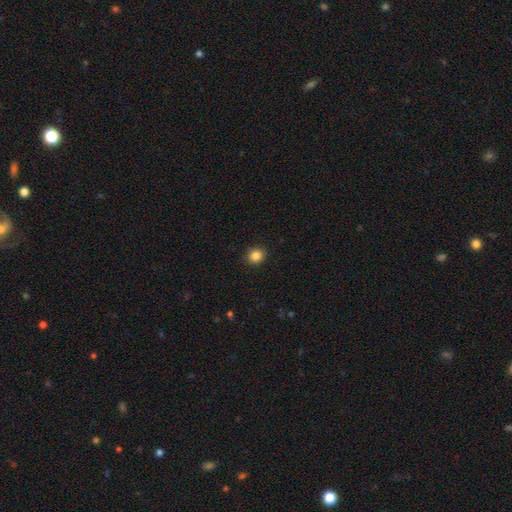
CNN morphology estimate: Smooth or featured?
  - smooth: 85% *
  - star or artifact: 11%
  - featured or disk: 4%
How rounded?
  - round: 80% *
  - in between: 19%
  - cigar-shaped: 1%
Merging?
  - none: 90% *
  - minor disturbance: 7%
  - major disturbance: 2%
  - merger: 1%